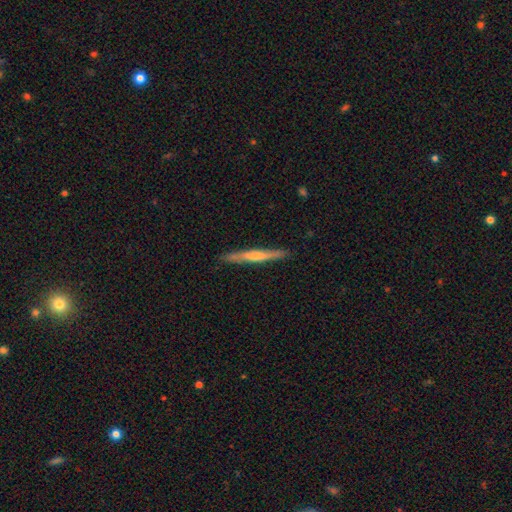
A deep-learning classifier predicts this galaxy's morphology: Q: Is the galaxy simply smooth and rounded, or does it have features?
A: featured or disk — 51%.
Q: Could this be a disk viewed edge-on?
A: yes — 95%.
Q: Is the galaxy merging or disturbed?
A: none — 88%.